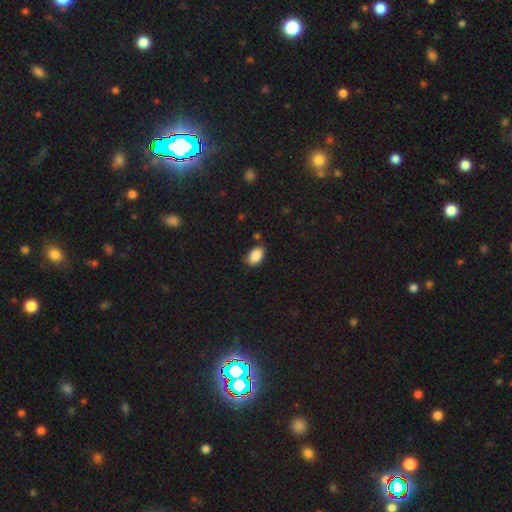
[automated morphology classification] A smooth galaxy with no disk features (88%) that is in between round and cigar-shaped (89%). Merging: none (64%).